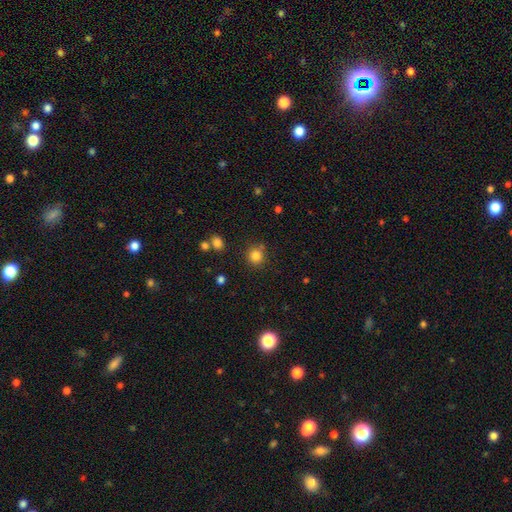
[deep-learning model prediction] Morphology: type=smooth (82%); roundness=round (90%); merging=none (80%).